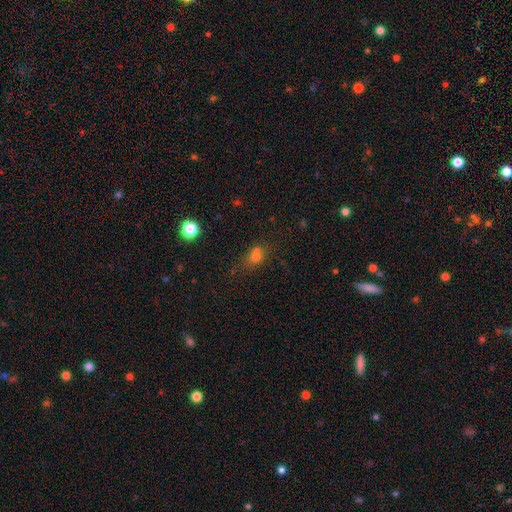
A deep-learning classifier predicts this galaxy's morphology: type=smooth (68%); roundness=round (56%); merging=none (41%).